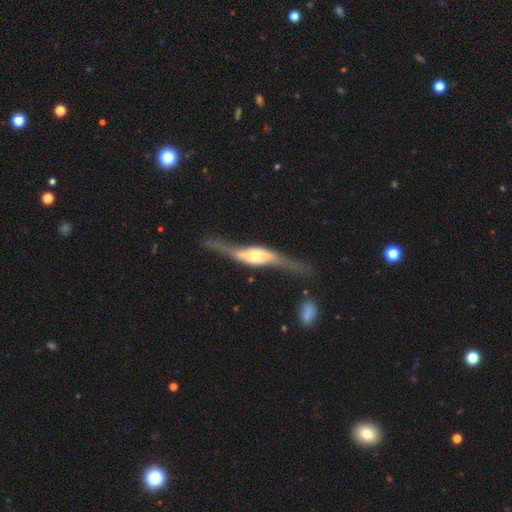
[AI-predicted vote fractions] Smooth or featured?
  - featured or disk: 81% *
  - smooth: 14%
  - star or artifact: 5%
Edge-on disk?
  - yes: 78% *
  - no: 22%
Edge-on bulge?
  - rounded: 80% *
  - boxy: 16%
  - none: 3%
Merging?
  - none: 59% *
  - minor disturbance: 21%
  - major disturbance: 16%
  - merger: 4%